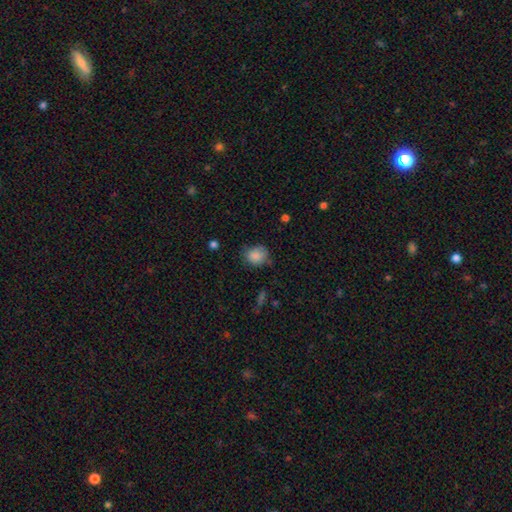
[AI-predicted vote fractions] Smooth or featured? Predicted: smooth (p=0.85). How rounded? Predicted: round (p=0.73). Merging? Predicted: none (p=0.68).